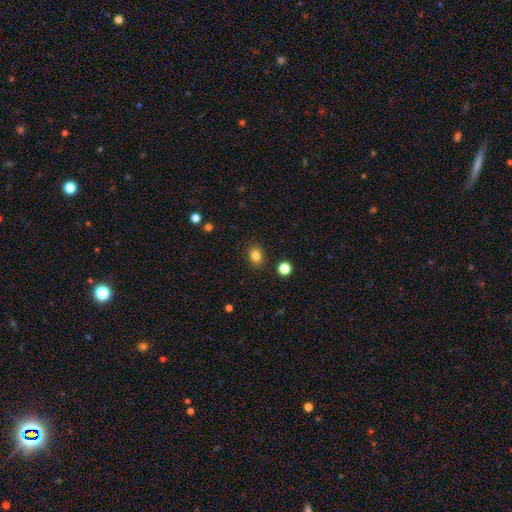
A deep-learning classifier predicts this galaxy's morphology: Smooth or featured? Predicted: smooth (p=0.82). How rounded? Predicted: round (p=0.55). Merging? Predicted: none (p=0.87).